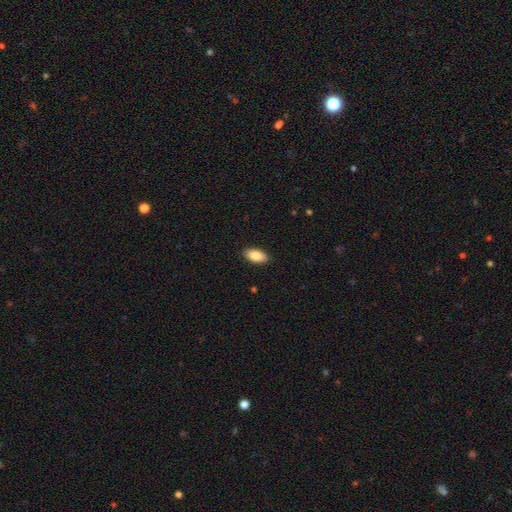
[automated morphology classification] Smooth or featured? Predicted: smooth (p=0.87). How rounded? Predicted: in between (p=0.93). Merging? Predicted: none (p=0.89).